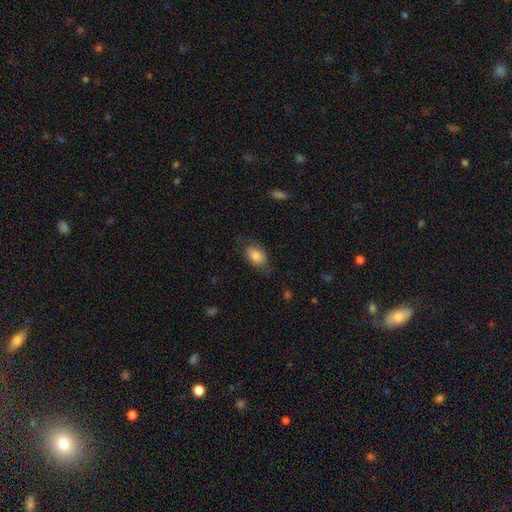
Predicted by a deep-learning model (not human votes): smooth_or_featured: smooth (p=0.81) [alt: featured or disk p=0.12]
how_rounded: in between (p=0.89) [alt: round p=0.09]
merging: none (p=0.69) [alt: minor disturbance p=0.23]